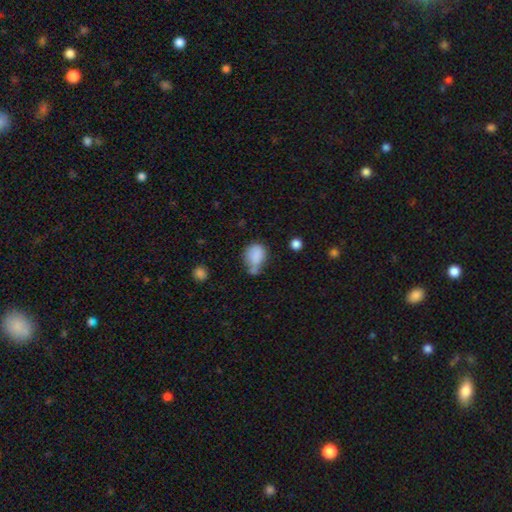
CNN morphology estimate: Smooth or featured? Predicted: smooth (p=0.81). How rounded? Predicted: in between (p=0.64). Merging? Predicted: none (p=0.33).